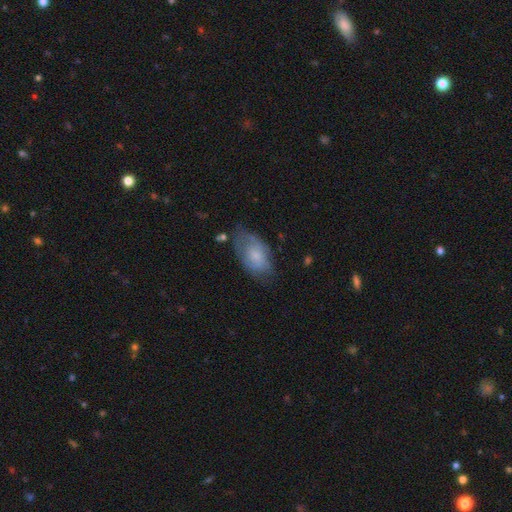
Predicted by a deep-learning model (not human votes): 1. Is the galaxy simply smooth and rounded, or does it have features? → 54% smooth, 39% featured or disk, 7% star or artifact.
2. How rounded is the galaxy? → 91% in between, 6% round, 3% cigar-shaped.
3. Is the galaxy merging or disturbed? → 52% none, 31% minor disturbance, 14% major disturbance, 2% merger.